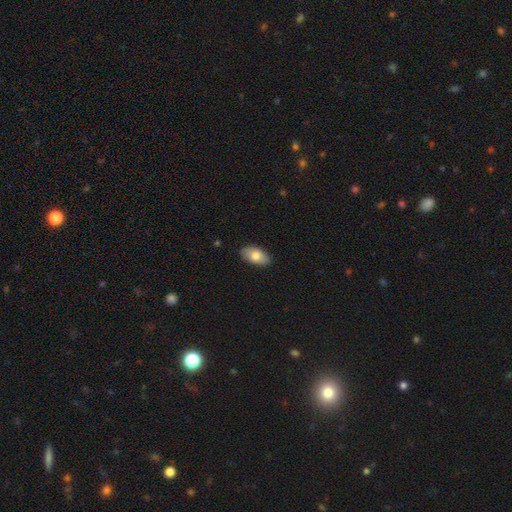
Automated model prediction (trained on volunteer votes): A smooth galaxy with no disk features (75%) that is in between round and cigar-shaped (94%).

Vote fractions:
- Smooth or featured? smooth: 75% / featured or disk: 19% / star or artifact: 6%
- How rounded? in between: 94% / round: 4% / cigar-shaped: 2%
- Merging? none: 86% / minor disturbance: 11% / major disturbance: 2% / merger: 1%